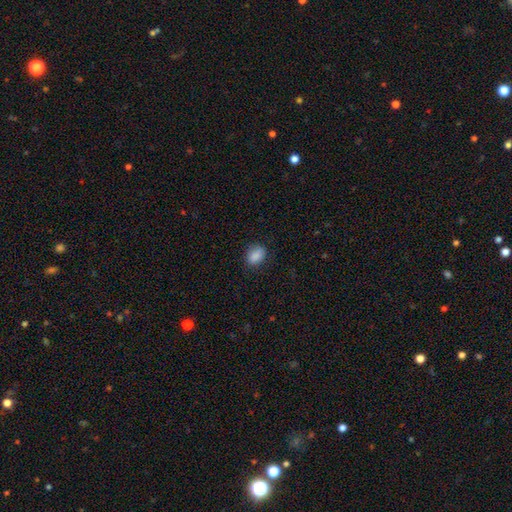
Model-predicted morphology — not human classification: A smooth galaxy with no disk features (87%) that is in between round and cigar-shaped (67%). Merging: none (80%).